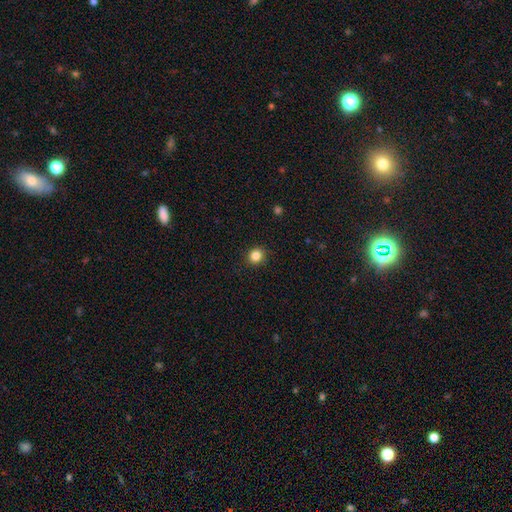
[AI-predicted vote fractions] This is clearly a smooth galaxy (84%). How rounded: clearly round (82%). Merging: clearly none (91%).